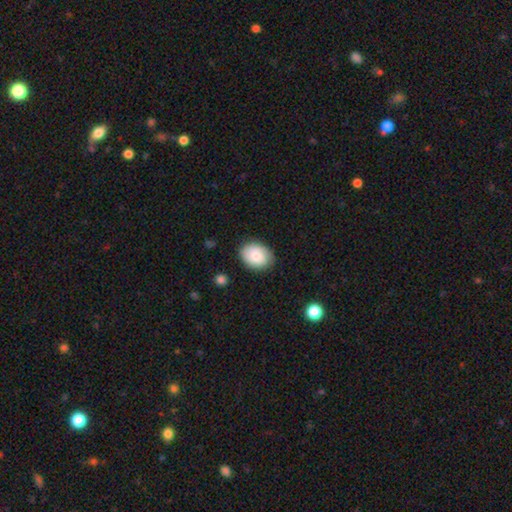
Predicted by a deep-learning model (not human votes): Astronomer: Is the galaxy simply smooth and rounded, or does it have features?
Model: smooth — 72%.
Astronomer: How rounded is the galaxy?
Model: in between — 71%.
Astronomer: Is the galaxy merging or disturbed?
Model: none — 82%.